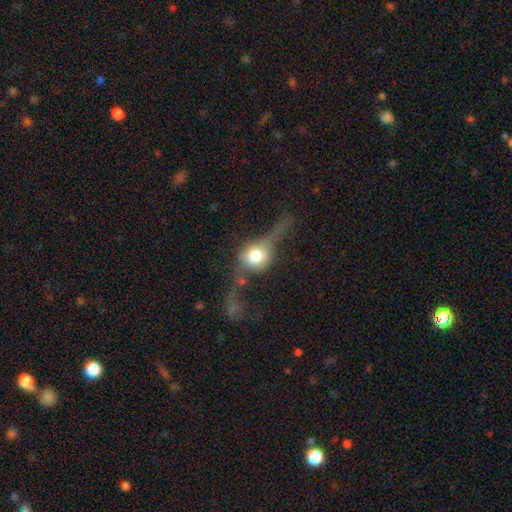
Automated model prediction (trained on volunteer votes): featured or disk 52%, smooth 39%, star or artifact 9%. Down the decision tree: edge-on disk — yes (79%); merging — none (43%).